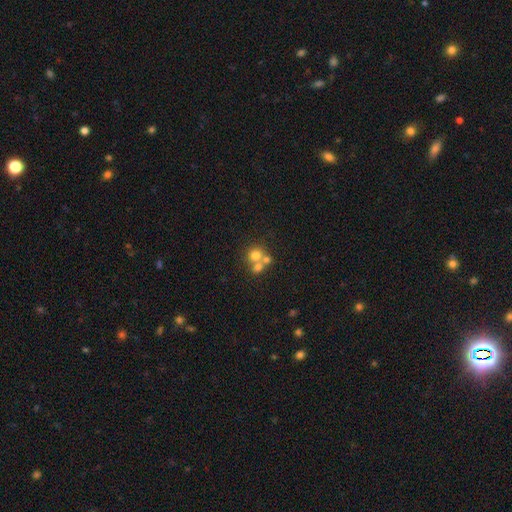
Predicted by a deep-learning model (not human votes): Smooth or featured: smooth — 67% (featured or disk — 19%)
How rounded: round — 86% (in between — 14%)
Merging: merger — 52% (none — 39%)